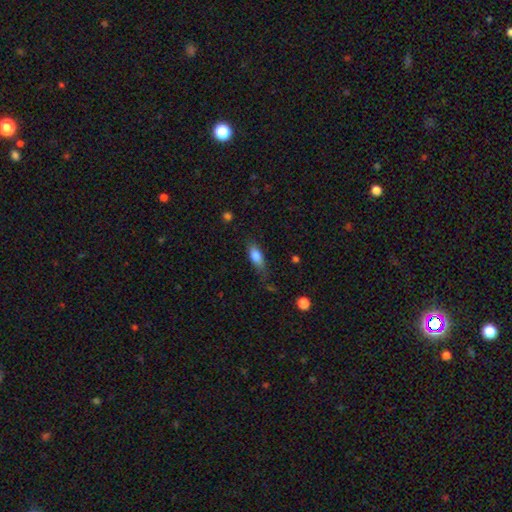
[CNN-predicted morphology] Smooth or featured? Predicted: smooth (p=0.79). How rounded? Predicted: in between (p=0.74). Merging? Predicted: none (p=0.62).